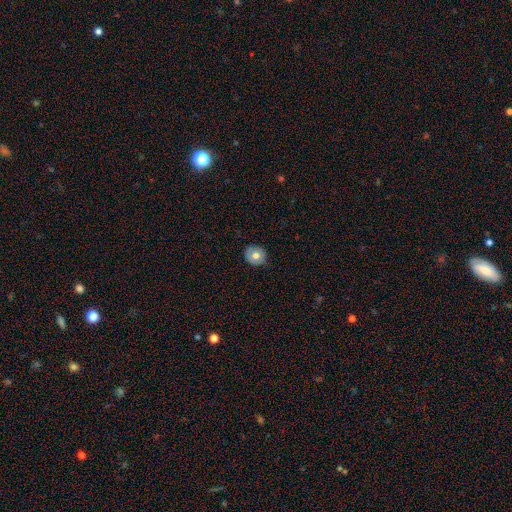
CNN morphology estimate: Smooth or featured?
  - smooth: 73% *
  - featured or disk: 18%
  - star or artifact: 9%
How rounded?
  - round: 78% *
  - in between: 21%
  - cigar-shaped: 1%
Merging?
  - none: 87% *
  - minor disturbance: 10%
  - major disturbance: 2%
  - merger: 1%